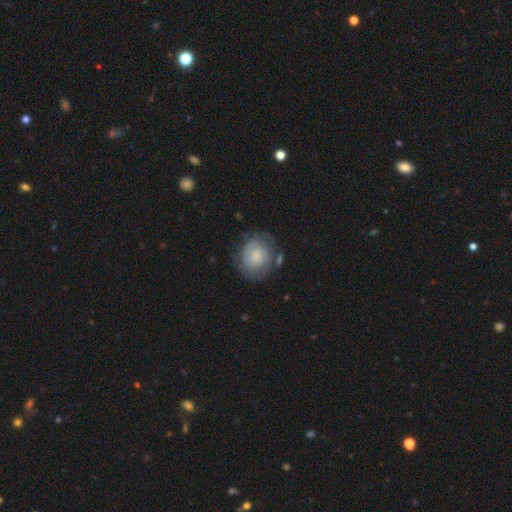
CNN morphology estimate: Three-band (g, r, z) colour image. It shows a smooth galaxy with no disk features (58%) that is round (69%). Merging: none (69%).